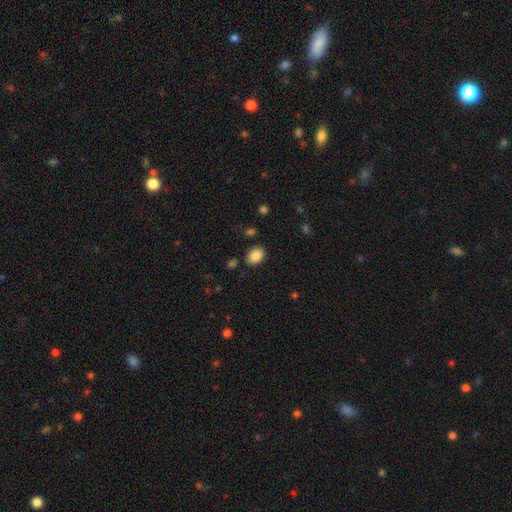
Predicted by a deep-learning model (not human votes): The model was most divided on "how rounded": in between: 77%, round: 22%, cigar-shaped: 1%. More confident: smooth or featured — smooth (87%); merging — none (84%).